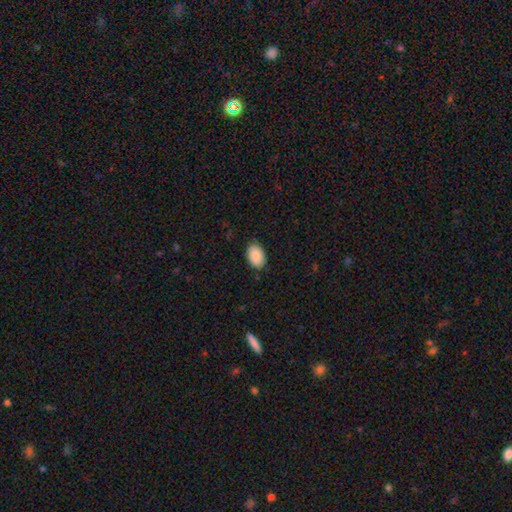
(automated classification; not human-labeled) Smooth or featured?
  - smooth: 90% *
  - star or artifact: 6%
  - featured or disk: 4%
How rounded?
  - in between: 92% *
  - round: 7%
  - cigar-shaped: 1%
Merging?
  - none: 84% *
  - minor disturbance: 12%
  - major disturbance: 2%
  - merger: 1%